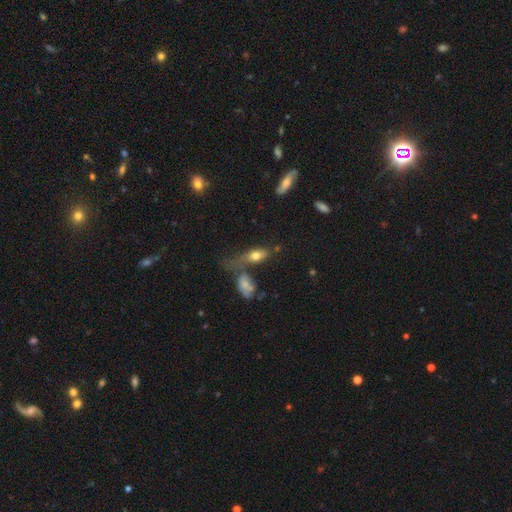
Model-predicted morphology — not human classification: smooth-or-featured: smooth: 70% | featured or disk: 20% | star or artifact: 10%
  how-rounded: in between: 80% | cigar-shaped: 14% | round: 5%
  merging: none: 36% | merger: 30% | minor disturbance: 18% | major disturbance: 16%